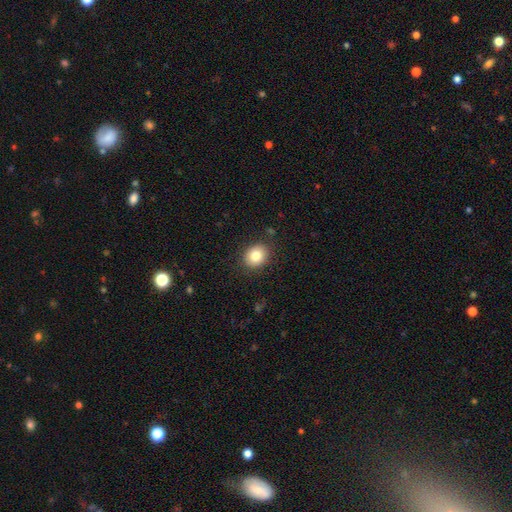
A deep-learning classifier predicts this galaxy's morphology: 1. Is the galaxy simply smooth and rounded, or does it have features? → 82% smooth, 9% star or artifact, 8% featured or disk.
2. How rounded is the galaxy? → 59% round, 40% in between, 1% cigar-shaped.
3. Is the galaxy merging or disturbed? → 87% none, 9% minor disturbance, 3% major disturbance, 1% merger.